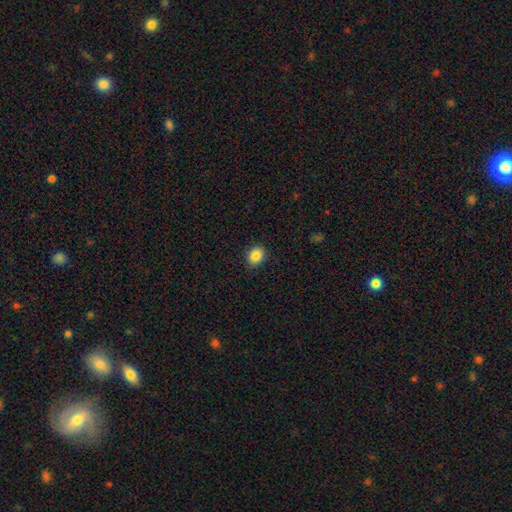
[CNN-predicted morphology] A smooth galaxy with no disk features (87%) that is round (57%).

Vote fractions:
- Smooth or featured? smooth: 87% / star or artifact: 9% / featured or disk: 4%
- How rounded? round: 57% / in between: 42% / cigar-shaped: 1%
- Merging? none: 88% / minor disturbance: 9% / major disturbance: 2% / merger: 1%